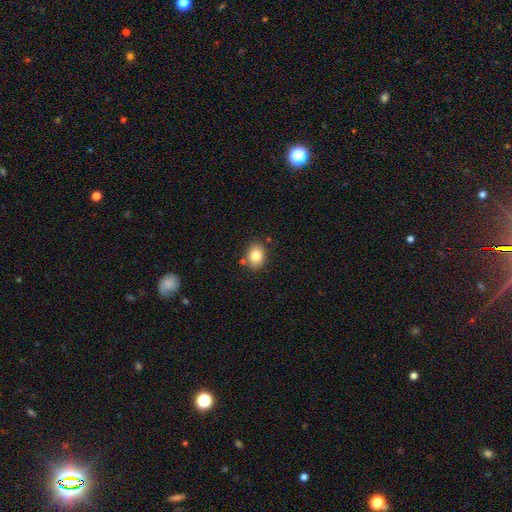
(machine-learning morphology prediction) Smooth or featured? Predicted: smooth (p=0.83). How rounded? Predicted: in between (p=0.56). Merging? Predicted: none (p=0.81).